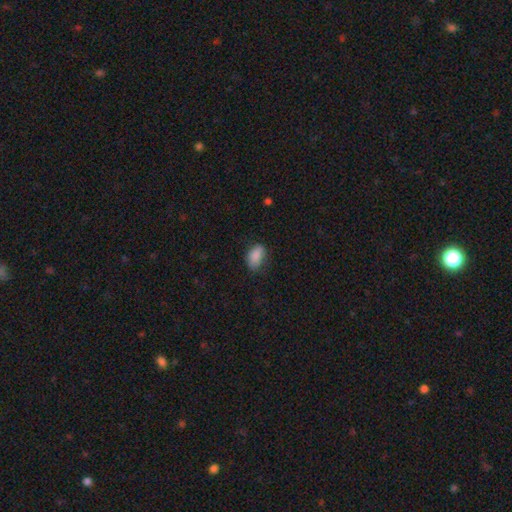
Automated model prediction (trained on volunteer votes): Smooth or featured?
  - smooth: 87% *
  - star or artifact: 8%
  - featured or disk: 5%
How rounded?
  - in between: 90% *
  - round: 8%
  - cigar-shaped: 2%
Merging?
  - none: 67% *
  - minor disturbance: 26%
  - major disturbance: 6%
  - merger: 1%